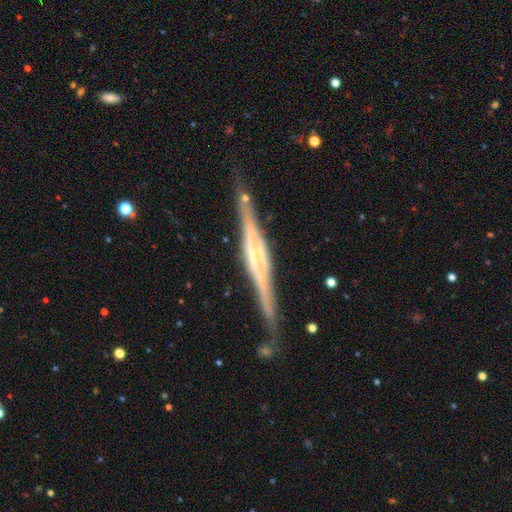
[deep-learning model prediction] featured or disk 87%, smooth 7%, star or artifact 6%. Down the decision tree: edge-on disk — yes (98%); edge-on bulge — boxy (53%); merging — none (84%).